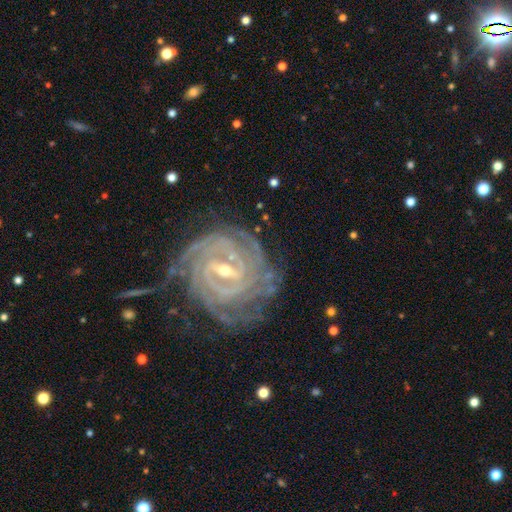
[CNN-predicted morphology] Smooth or featured? featured or disk (87%)
Edge-on disk? no (97%)
Bar? weak (44%)
Spiral arms? yes (98%)
Spiral winding? tight (81%)
Spiral arm count? 4 (24%)
Bulge size? small (59%)
Merging? none (72%)